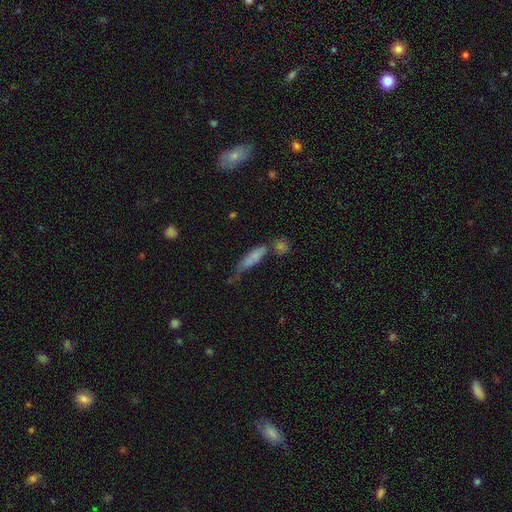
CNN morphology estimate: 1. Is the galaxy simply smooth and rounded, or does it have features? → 63% smooth, 25% featured or disk, 12% star or artifact.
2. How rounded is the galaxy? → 69% cigar-shaped, 27% in between, 4% round.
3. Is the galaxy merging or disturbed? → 37% none, 26% merger, 22% minor disturbance, 14% major disturbance.